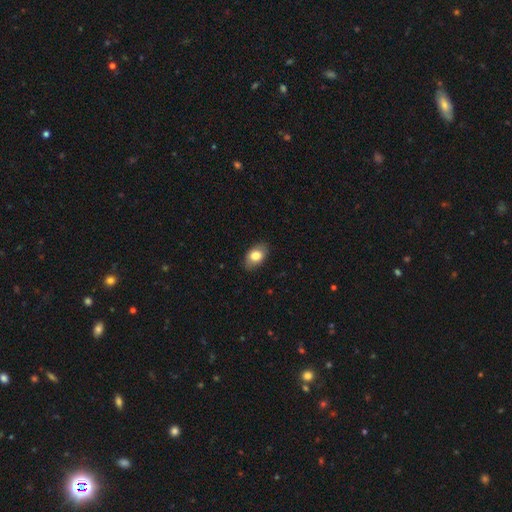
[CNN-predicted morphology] Smooth or featured?
  - smooth: 79% *
  - featured or disk: 14%
  - star or artifact: 7%
How rounded?
  - in between: 86% *
  - round: 12%
  - cigar-shaped: 1%
Merging?
  - none: 83% *
  - minor disturbance: 13%
  - major disturbance: 3%
  - merger: 1%